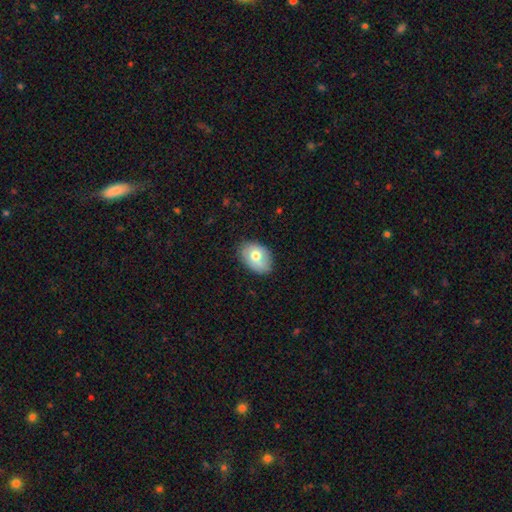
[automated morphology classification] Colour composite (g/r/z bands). It shows a smooth galaxy with no disk features (71%) that is in between round and cigar-shaped (81%). Merging: none (75%).